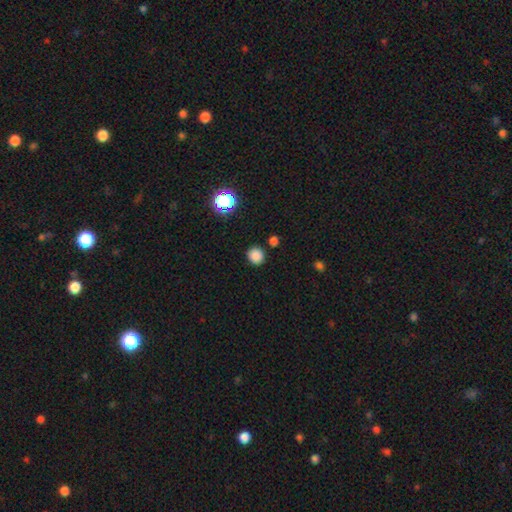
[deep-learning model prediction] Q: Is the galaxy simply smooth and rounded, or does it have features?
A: smooth — 83%.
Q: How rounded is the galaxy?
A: round — 89%.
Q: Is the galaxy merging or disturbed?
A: none — 86%.